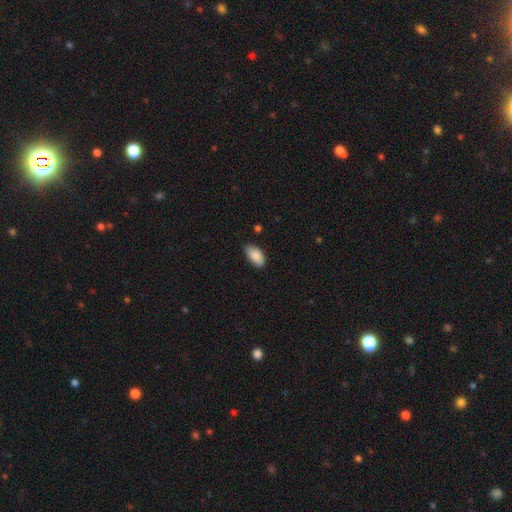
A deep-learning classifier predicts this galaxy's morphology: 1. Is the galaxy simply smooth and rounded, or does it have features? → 89% smooth, 7% star or artifact, 5% featured or disk.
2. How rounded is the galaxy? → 93% in between, 5% cigar-shaped, 2% round.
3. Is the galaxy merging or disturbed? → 77% none, 19% minor disturbance, 3% major disturbance, 1% merger.